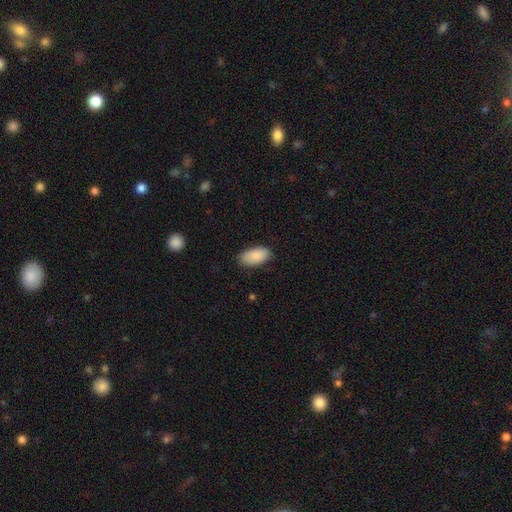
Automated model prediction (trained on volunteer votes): A smooth galaxy with no disk features (89%) that is in between round and cigar-shaped (95%).

Vote fractions:
- Smooth or featured? smooth: 89% / star or artifact: 6% / featured or disk: 5%
- How rounded? in between: 95% / cigar-shaped: 3% / round: 2%
- Merging? none: 84% / minor disturbance: 13% / major disturbance: 2% / merger: 1%